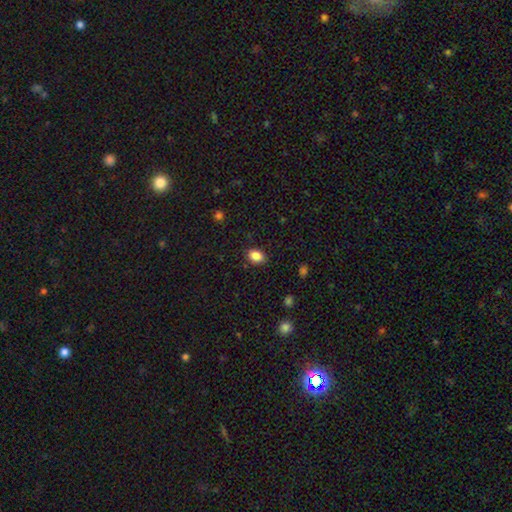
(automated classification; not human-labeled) Morphology: type=smooth (86%); roundness=in between (74%); merging=none (86%).